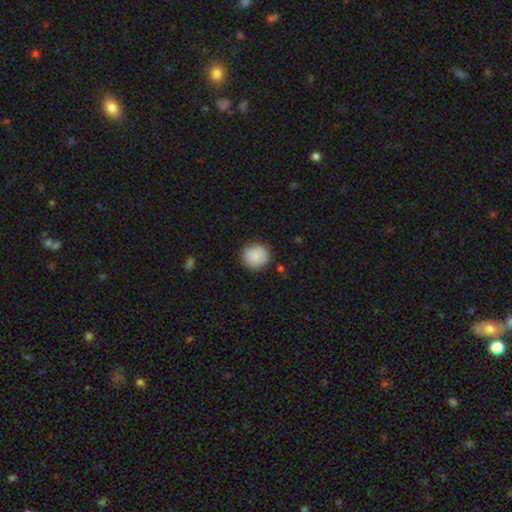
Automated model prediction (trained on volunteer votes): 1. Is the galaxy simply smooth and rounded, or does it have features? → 86% smooth, 7% featured or disk, 7% star or artifact.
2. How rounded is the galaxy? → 90% round, 9% in between, 1% cigar-shaped.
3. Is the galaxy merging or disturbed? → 85% none, 11% minor disturbance, 3% major disturbance, 1% merger.